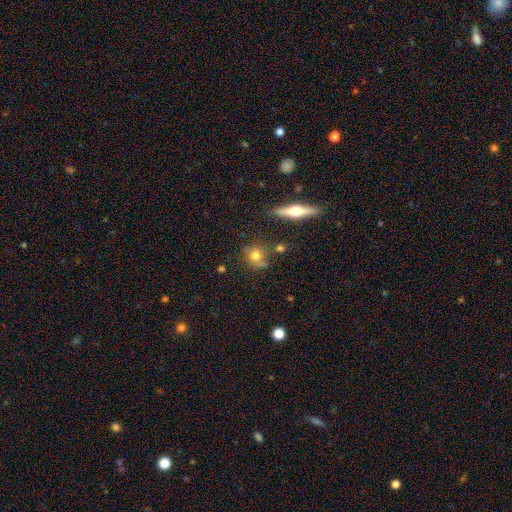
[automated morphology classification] A smooth galaxy with no disk features (65%) that is round (76%). Merging: none (67%).